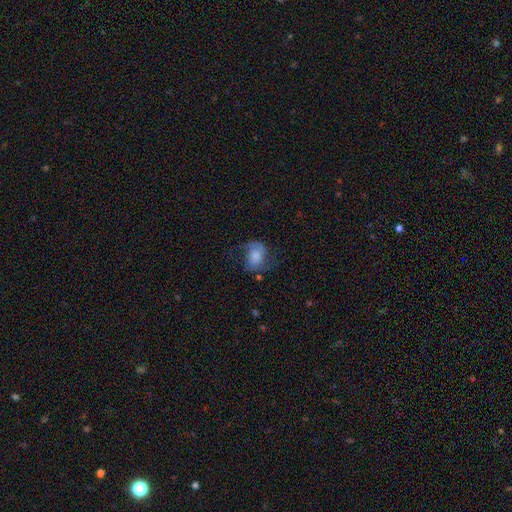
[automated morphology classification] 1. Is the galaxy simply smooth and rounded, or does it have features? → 48% featured or disk, 43% smooth, 9% star or artifact.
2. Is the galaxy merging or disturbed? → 53% none, 24% minor disturbance, 21% major disturbance, 2% merger.